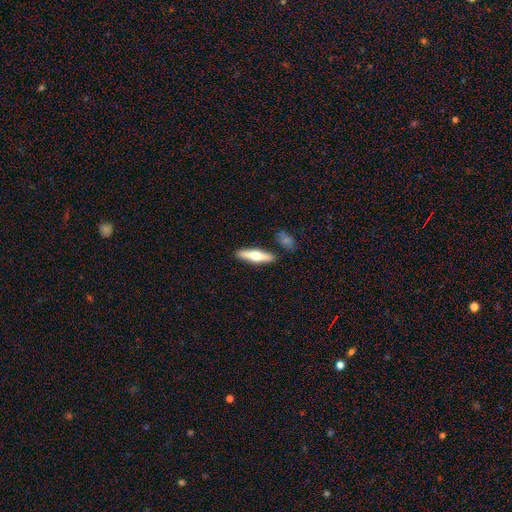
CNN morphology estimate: Overall: featured or disk (48%; smooth 46%). Merging: none (86%).